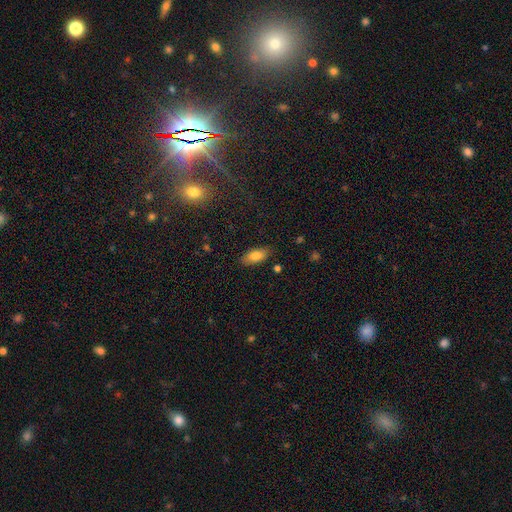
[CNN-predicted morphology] A smooth galaxy with no disk features (79%) that is in between round and cigar-shaped (86%). Merging: none (85%).